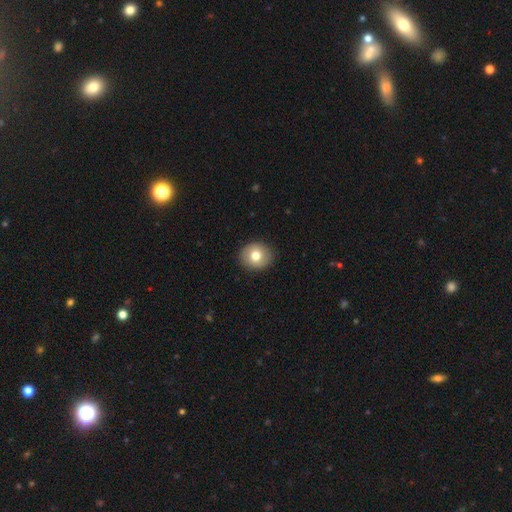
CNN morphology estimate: Smooth or featured? smooth (76%)
How rounded? round (73%)
Merging? none (90%)